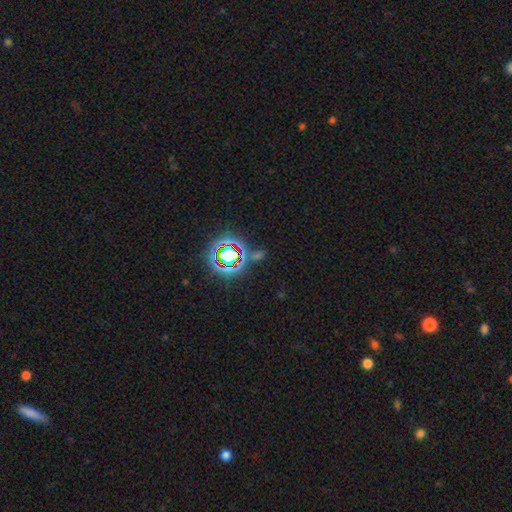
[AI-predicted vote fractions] This appears to be a star or artifact, not a galaxy (70%).